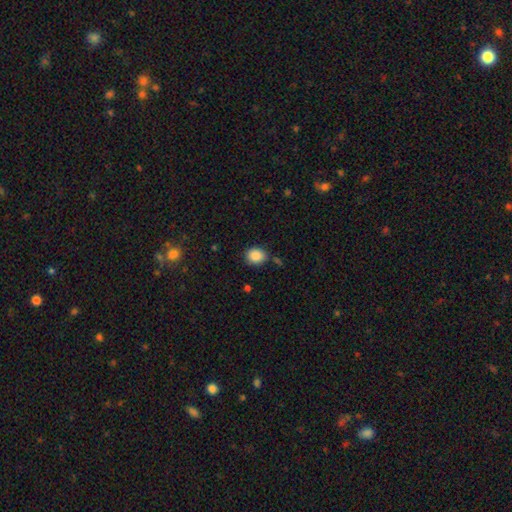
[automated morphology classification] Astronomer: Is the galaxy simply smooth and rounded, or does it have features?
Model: smooth — 88%.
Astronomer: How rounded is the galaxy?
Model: round — 58% (runner-up: in between, 41%).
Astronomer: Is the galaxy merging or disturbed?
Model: none — 78%.